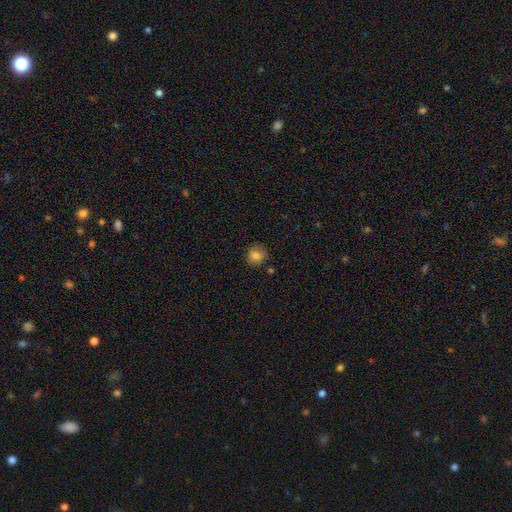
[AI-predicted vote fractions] The model was most divided on "how rounded": round: 79%, in between: 20%, cigar-shaped: 1%. More confident: smooth or featured — smooth (80%); merging — none (77%).